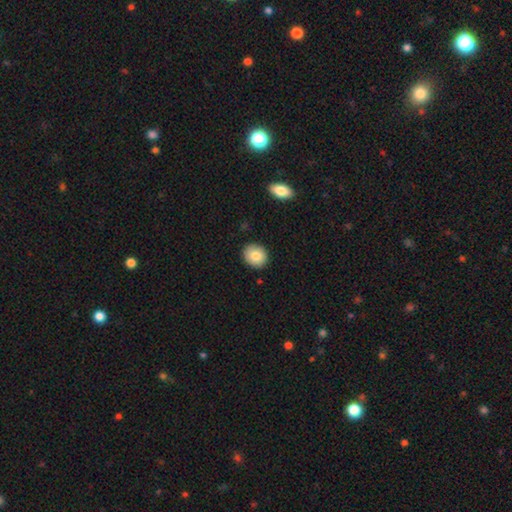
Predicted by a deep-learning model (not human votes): Overall: smooth (81%). How rounded: round (74%). Merging: none (90%).